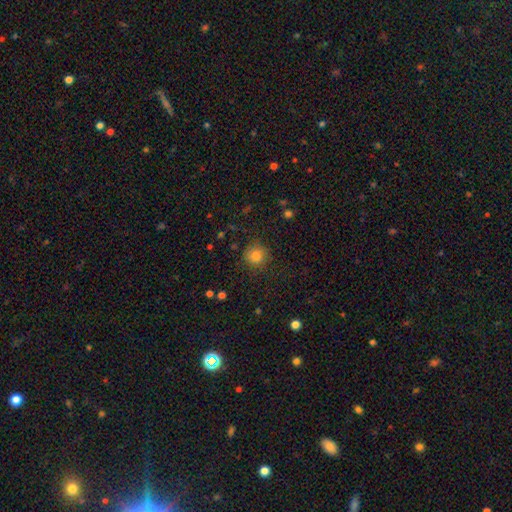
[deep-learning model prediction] smooth 83%, star or artifact 12%, featured or disk 5%. Down the decision tree: how rounded — round (91%); merging — none (84%).